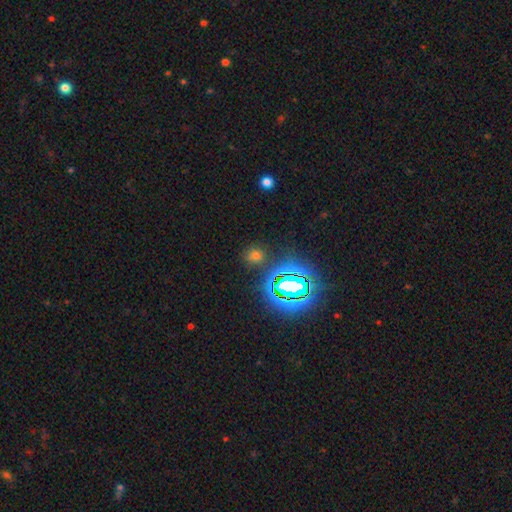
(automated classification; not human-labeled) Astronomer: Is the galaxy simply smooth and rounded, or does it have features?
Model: smooth — 53% (runner-up: star or artifact, 40%).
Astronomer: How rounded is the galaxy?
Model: round — 78%.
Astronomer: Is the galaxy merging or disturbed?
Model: none — 82%.